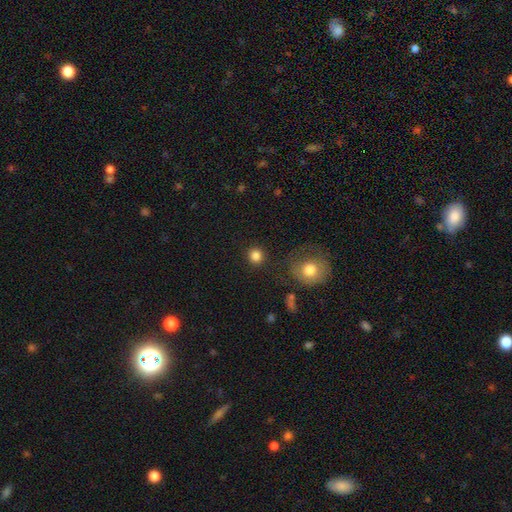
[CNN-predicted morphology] This is clearly a smooth galaxy (84%). How rounded: clearly round (92%). Merging: clearly none (88%).